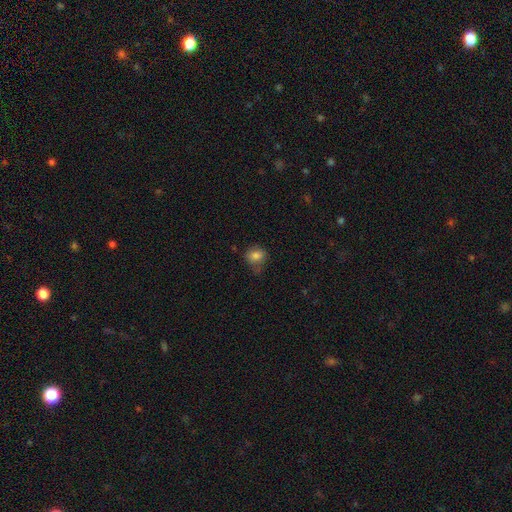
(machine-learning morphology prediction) Overall: smooth (80%). How rounded: round (57%; in between 42%). Merging: none (59%; minor disturbance 28%).